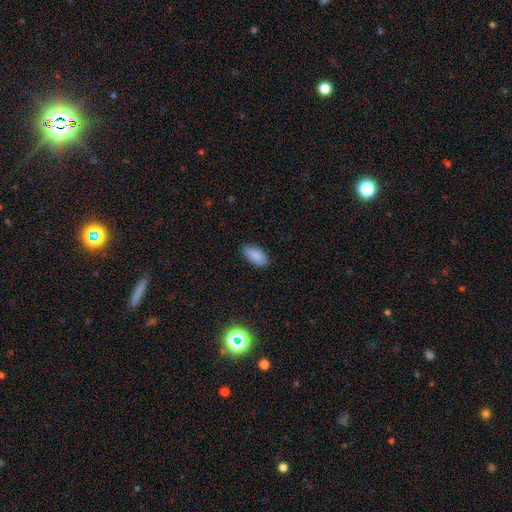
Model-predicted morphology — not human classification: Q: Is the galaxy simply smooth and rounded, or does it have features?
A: smooth — 87%.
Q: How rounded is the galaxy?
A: in between — 92%.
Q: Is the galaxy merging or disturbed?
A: none — 85%.